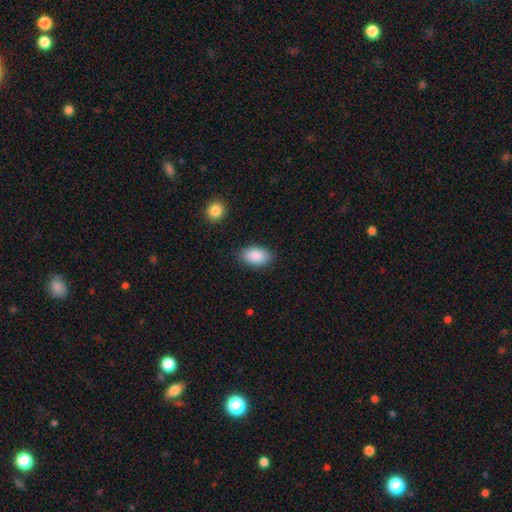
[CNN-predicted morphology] smooth-or-featured: smooth: 89% | star or artifact: 6% | featured or disk: 5%
  how-rounded: in between: 93% | round: 5% | cigar-shaped: 2%
  merging: none: 85% | minor disturbance: 11% | major disturbance: 3% | merger: 2%